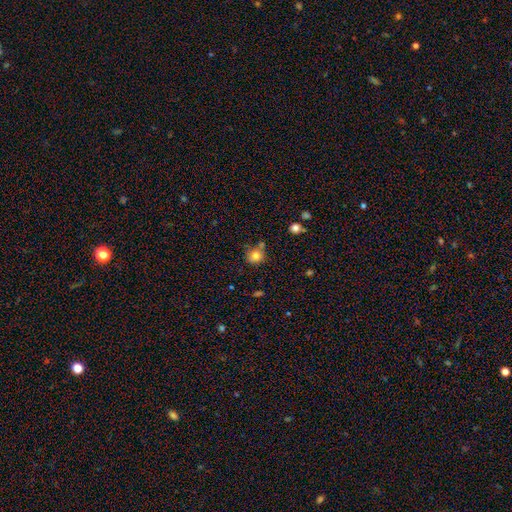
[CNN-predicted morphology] type=smooth (79%); roundness=round (82%); merging=none (65%).